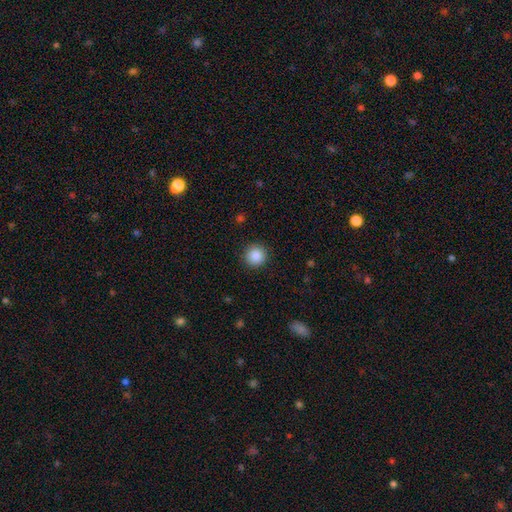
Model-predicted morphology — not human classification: This appears to be a smooth galaxy with no disk features (88%) that is round (95%). Merging: none (91%).